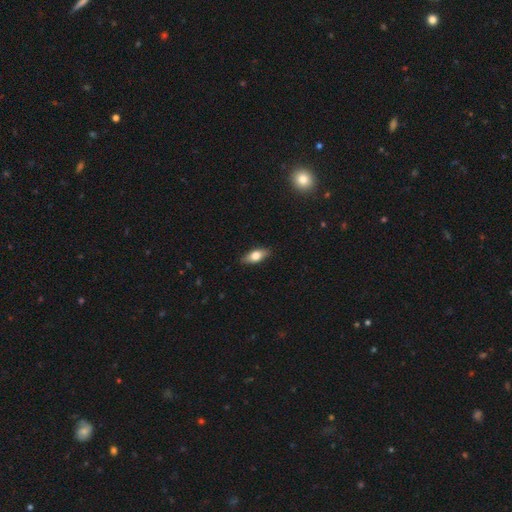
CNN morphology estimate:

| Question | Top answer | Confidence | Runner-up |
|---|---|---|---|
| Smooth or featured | smooth | 63% | featured or disk (30%) |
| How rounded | in between | 76% | cigar-shaped (20%) |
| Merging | none | 87% | minor disturbance (10%) |